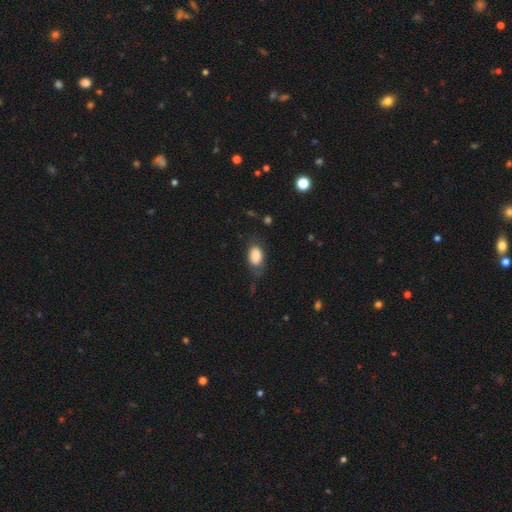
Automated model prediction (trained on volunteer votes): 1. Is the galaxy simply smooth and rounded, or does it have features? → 84% smooth, 9% featured or disk, 7% star or artifact.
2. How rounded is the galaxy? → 89% in between, 10% round, 2% cigar-shaped.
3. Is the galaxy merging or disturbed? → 58% none, 27% minor disturbance, 13% major disturbance, 2% merger.